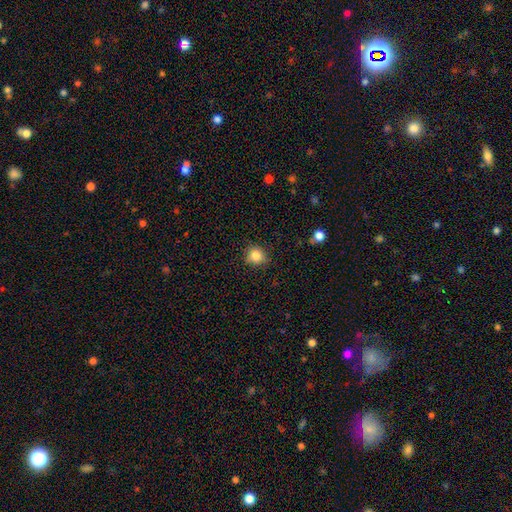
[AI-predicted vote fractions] Smooth or featured? smooth (85%)
How rounded? round (86%)
Merging? none (82%)